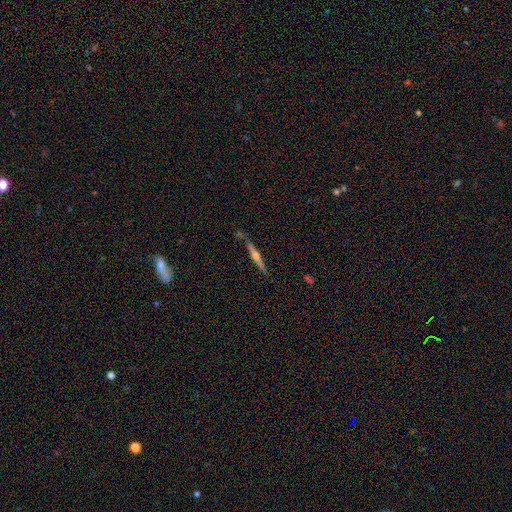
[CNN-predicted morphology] Smooth or featured: featured or disk — 71% (smooth — 23%)
Edge-on disk: yes — 98% (no — 2%)
Edge-on bulge: rounded — 87% (none — 7%)
Merging: none — 81% (minor disturbance — 12%)